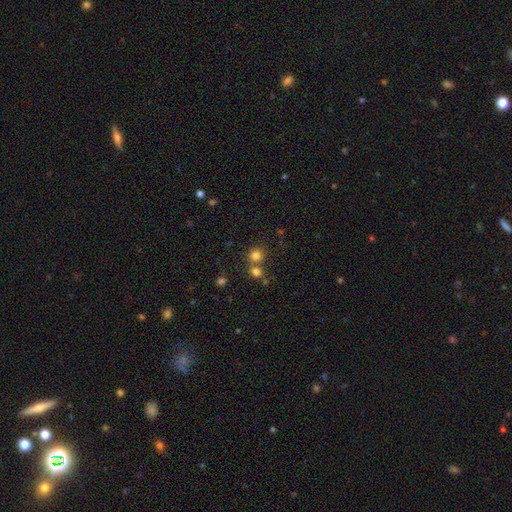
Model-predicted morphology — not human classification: smooth 78%, star or artifact 15%, featured or disk 6%. Down the decision tree: how rounded — round (89%); merging — none (64%).